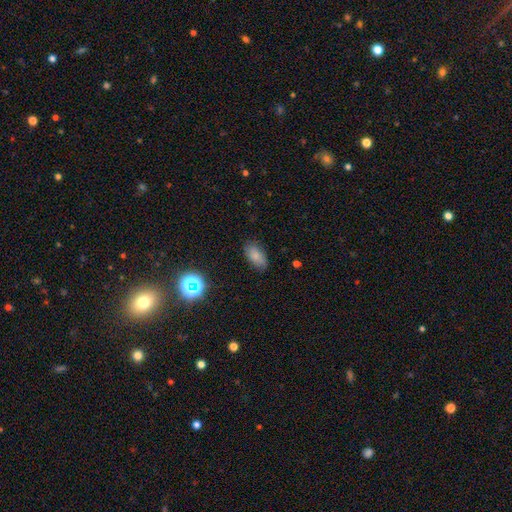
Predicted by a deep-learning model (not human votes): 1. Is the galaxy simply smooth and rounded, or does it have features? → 79% smooth, 12% star or artifact, 9% featured or disk.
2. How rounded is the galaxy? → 90% in between, 5% cigar-shaped, 5% round.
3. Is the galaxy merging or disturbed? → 82% none, 14% minor disturbance, 3% major disturbance, 1% merger.